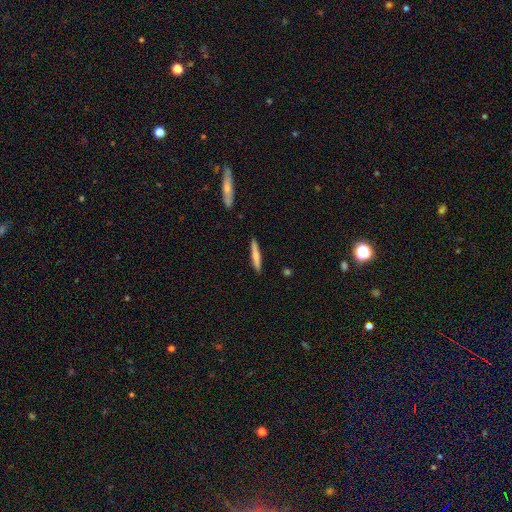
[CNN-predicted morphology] A smooth galaxy with no disk features (68%) that is cigar-shaped (94%).

Vote fractions:
- Smooth or featured? smooth: 68% / featured or disk: 26% / star or artifact: 6%
- How rounded? cigar-shaped: 94% / in between: 5% / round: 1%
- Merging? none: 90% / minor disturbance: 7% / major disturbance: 1% / merger: 1%